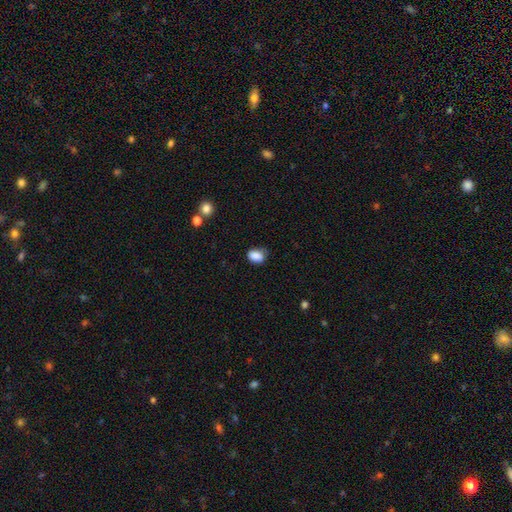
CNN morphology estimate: This appears to be a smooth galaxy with no disk features (87%) that is in between round and cigar-shaped (75%). Merging: none (65%).